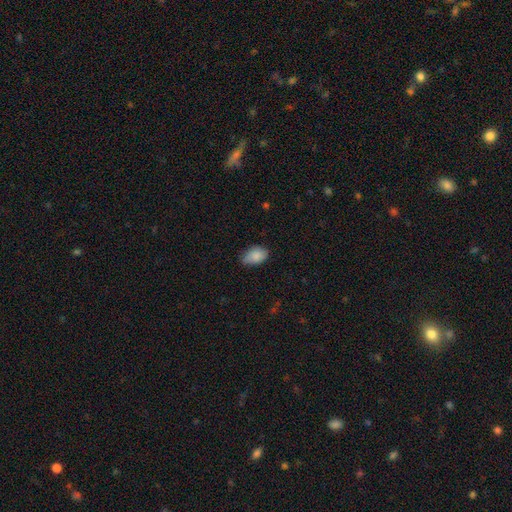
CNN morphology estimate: type=smooth (87%); roundness=in between (90%); merging=none (68%).